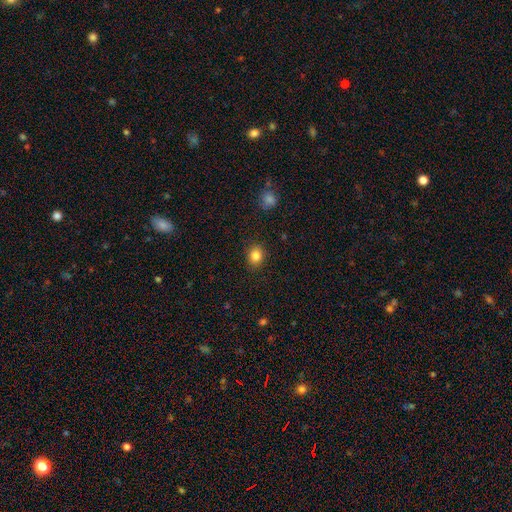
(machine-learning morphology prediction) The model was most divided on "how rounded": round: 67%, in between: 32%, cigar-shaped: 1%. More confident: merging — none (89%); smooth or featured — smooth (84%).